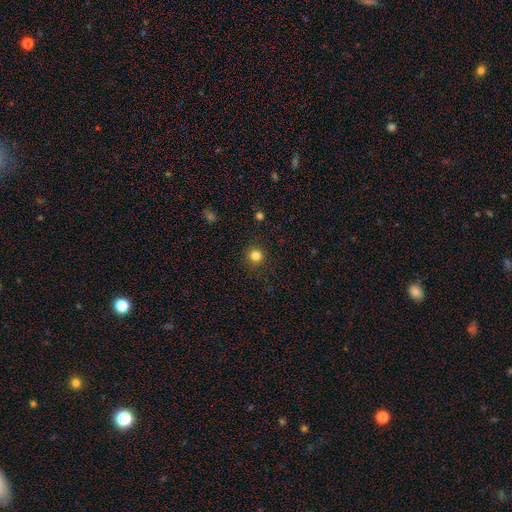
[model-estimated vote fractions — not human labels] A smooth galaxy with no disk features (83%) that is round (93%). Merging: none (89%).